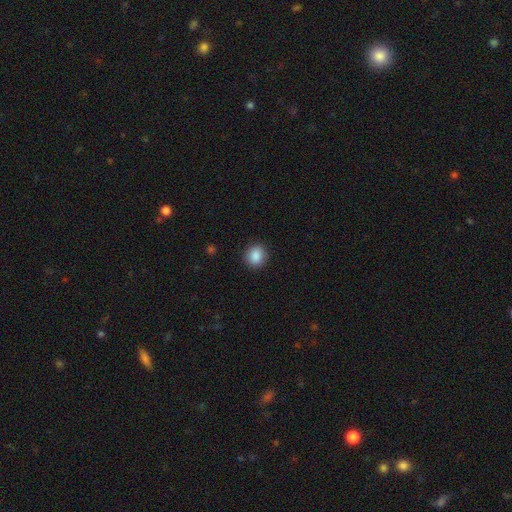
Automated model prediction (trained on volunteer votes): Smooth or featured? smooth (88%)
How rounded? round (73%)
Merging? none (90%)